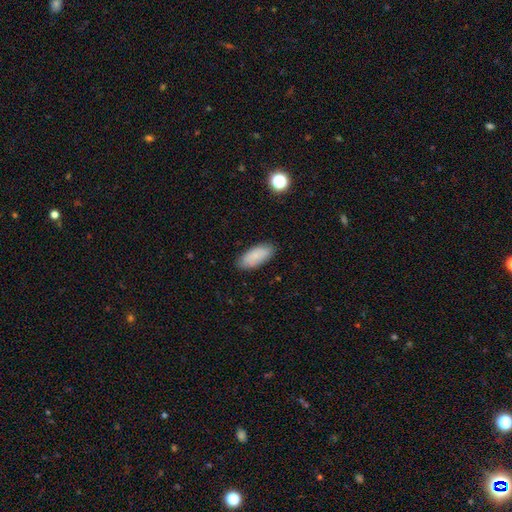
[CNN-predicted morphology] smooth-or-featured: smooth: 86% | featured or disk: 8% | star or artifact: 6%
  how-rounded: in between: 86% | cigar-shaped: 12% | round: 2%
  merging: none: 87% | minor disturbance: 10% | major disturbance: 2% | merger: 1%